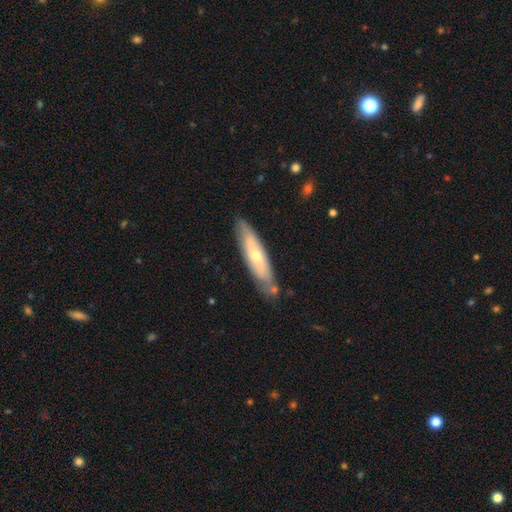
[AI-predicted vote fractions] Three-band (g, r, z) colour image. It shows a featured or disk galaxy (48%). Merging: none (77%).